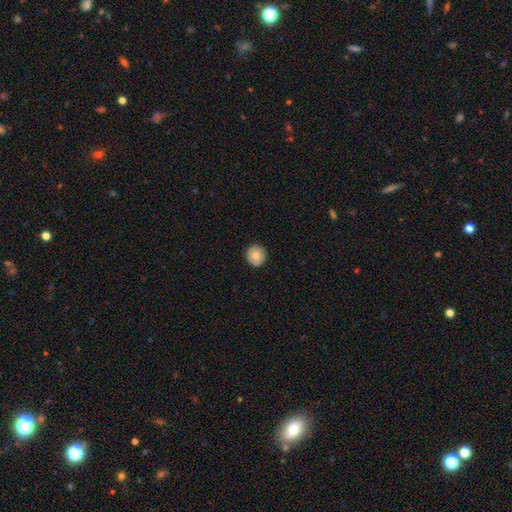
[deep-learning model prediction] This is likely a smooth galaxy (75%). How rounded: clearly round (94%). Merging: clearly none (90%).